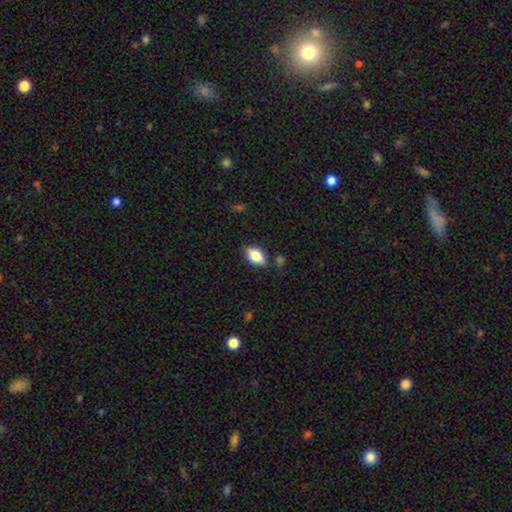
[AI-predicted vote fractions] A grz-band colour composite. It shows a smooth galaxy with no disk features (75%) that is in between round and cigar-shaped (87%). Merging: none (77%).